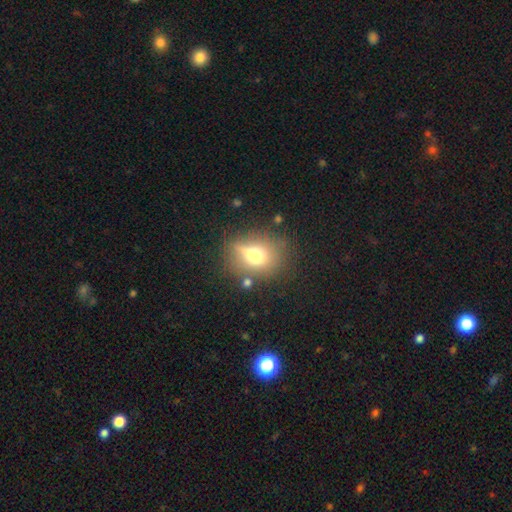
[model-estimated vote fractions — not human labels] Smooth or featured? smooth (58%)
How rounded? round (53%)
Merging? none (61%)